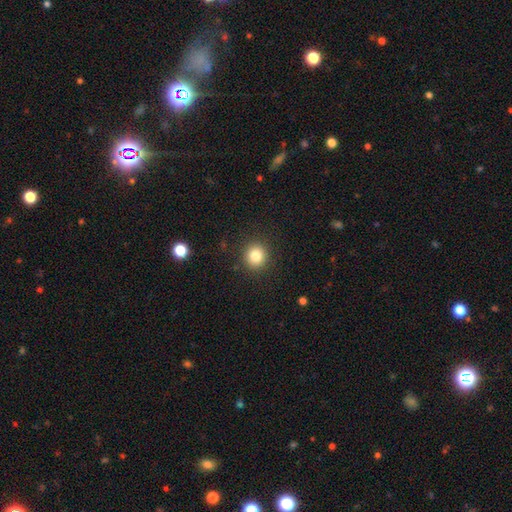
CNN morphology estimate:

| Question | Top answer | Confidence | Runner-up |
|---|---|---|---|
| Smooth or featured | smooth | 82% | star or artifact (11%) |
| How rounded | round | 91% | in between (8%) |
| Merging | none | 91% | minor disturbance (6%) |